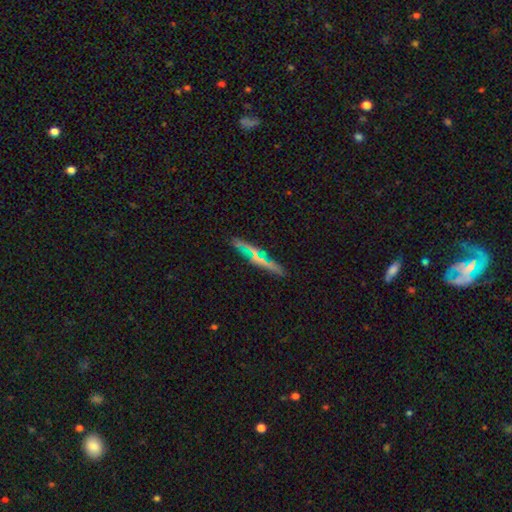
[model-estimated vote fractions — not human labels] Smooth or featured?
  - featured or disk: 56% *
  - smooth: 33%
  - star or artifact: 11%
Edge-on disk?
  - yes: 75% *
  - no: 25%
Merging?
  - none: 76% *
  - minor disturbance: 16%
  - major disturbance: 5%
  - merger: 4%